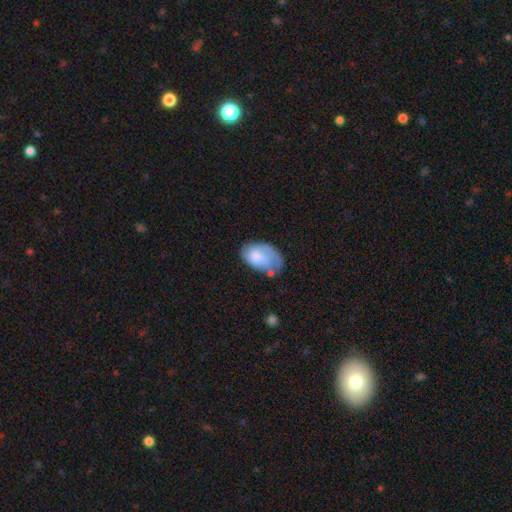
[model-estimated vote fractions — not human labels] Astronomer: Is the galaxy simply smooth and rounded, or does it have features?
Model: smooth — 53% (runner-up: featured or disk, 39%).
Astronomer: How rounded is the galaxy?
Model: in between — 90%.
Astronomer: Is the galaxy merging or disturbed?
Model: none — 43% (runner-up: minor disturbance, 32%).